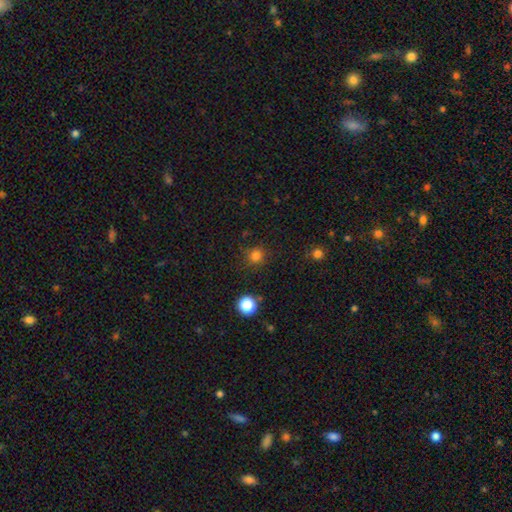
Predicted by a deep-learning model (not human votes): A smooth galaxy with no disk features (78%) that is round (91%). Merging: none (83%).